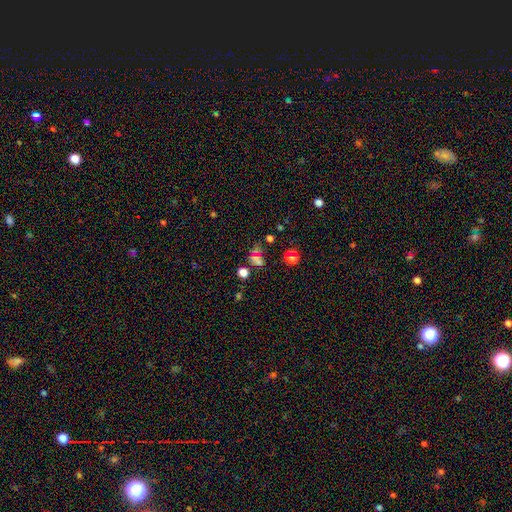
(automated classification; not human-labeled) A star or artifact, not a galaxy (51%).